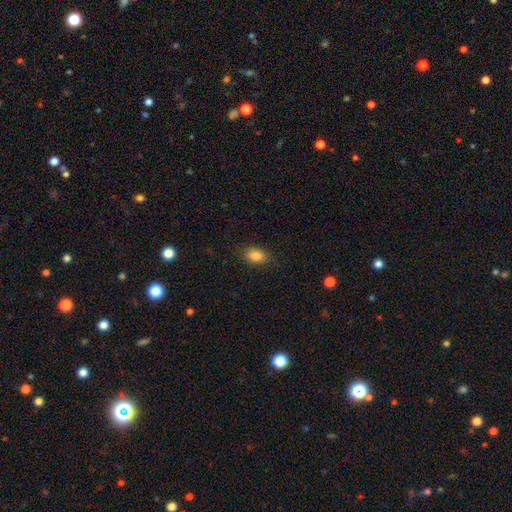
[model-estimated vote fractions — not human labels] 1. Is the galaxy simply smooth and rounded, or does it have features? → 85% smooth, 9% star or artifact, 6% featured or disk.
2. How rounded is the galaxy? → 84% in between, 14% round, 2% cigar-shaped.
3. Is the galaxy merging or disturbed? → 84% none, 12% minor disturbance, 3% major disturbance, 1% merger.